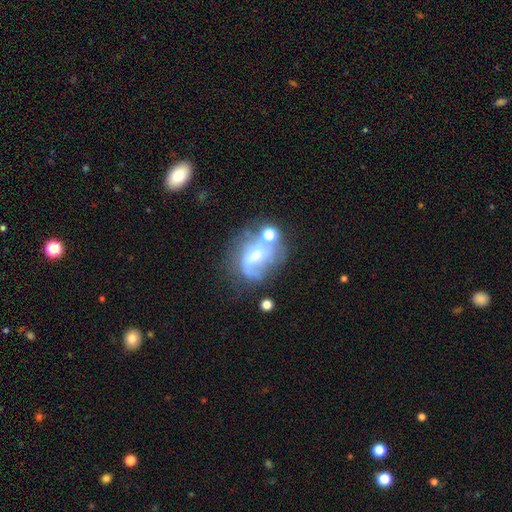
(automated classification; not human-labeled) featured or disk 57%, smooth 29%, star or artifact 15%. Down the decision tree: edge-on disk — no (96%); bar — no (45%); spiral arms — yes (57%); bulge size — moderate (39%, tied with small); merging — none (32%).